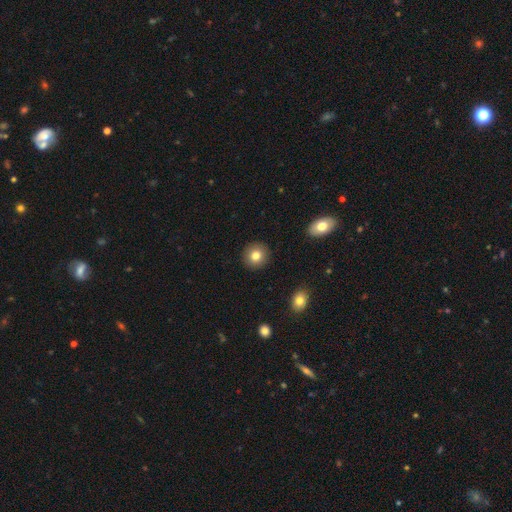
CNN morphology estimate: smooth-or-featured: smooth: 81% | featured or disk: 10% | star or artifact: 10%
  how-rounded: round: 91% | in between: 8% | cigar-shaped: 1%
  merging: none: 92% | minor disturbance: 5% | major disturbance: 2% | merger: 1%